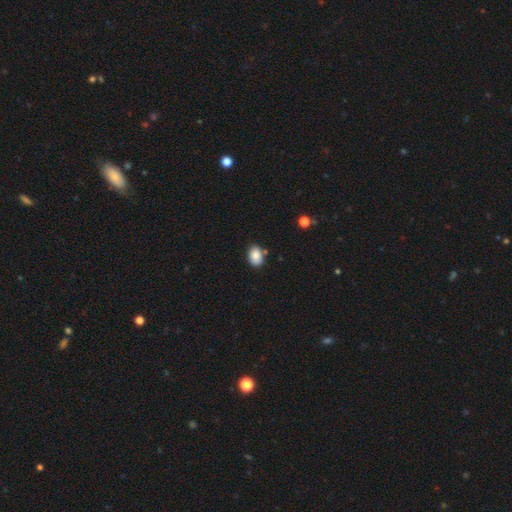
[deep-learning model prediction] Q: Smooth or featured?
A: smooth (85%); runner-up: star or artifact (8%)
Q: How rounded?
A: in between (77%); runner-up: round (22%)
Q: Merging?
A: none (77%); runner-up: minor disturbance (15%)